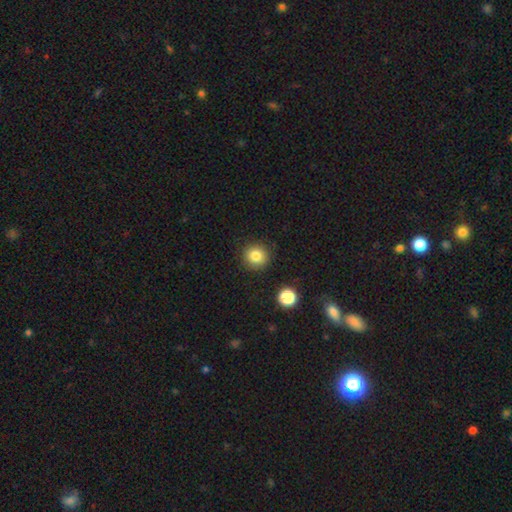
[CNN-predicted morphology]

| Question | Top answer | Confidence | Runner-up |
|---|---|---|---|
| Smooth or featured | smooth | 83% | star or artifact (11%) |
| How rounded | round | 92% | in between (7%) |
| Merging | none | 89% | minor disturbance (7%) |